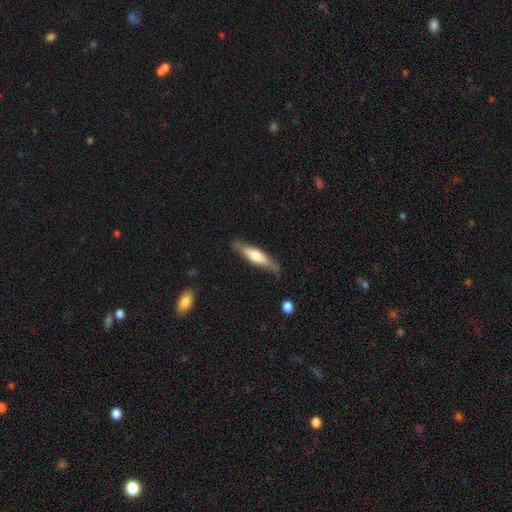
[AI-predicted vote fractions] Smooth or featured?
  - smooth: 53% *
  - featured or disk: 42%
  - star or artifact: 5%
How rounded?
  - cigar-shaped: 79% *
  - in between: 19%
  - round: 1%
Merging?
  - none: 78% *
  - minor disturbance: 16%
  - major disturbance: 4%
  - merger: 2%